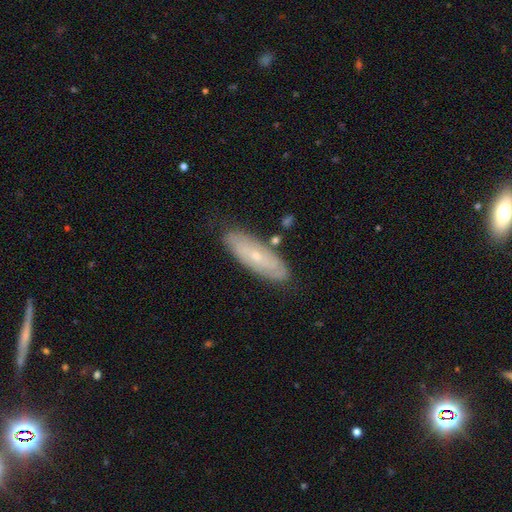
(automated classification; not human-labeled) Overall: featured or disk (59%; smooth 34%). Edge-on disk: no (77%). Merging: none (79%).